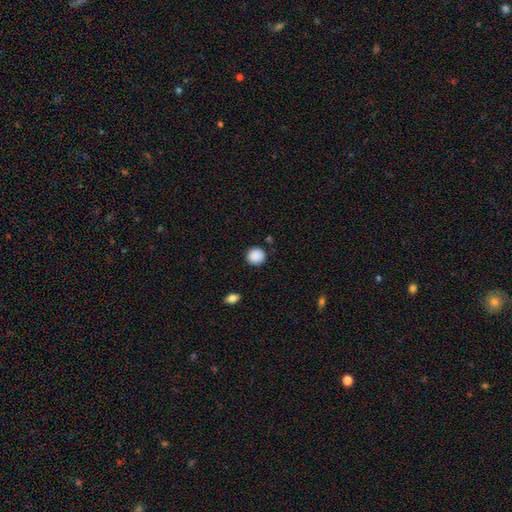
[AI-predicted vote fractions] smooth-or-featured: smooth: 89% | star or artifact: 8% | featured or disk: 3%
  how-rounded: round: 91% | in between: 8% | cigar-shaped: 1%
  merging: none: 89% | minor disturbance: 7% | major disturbance: 2% | merger: 2%